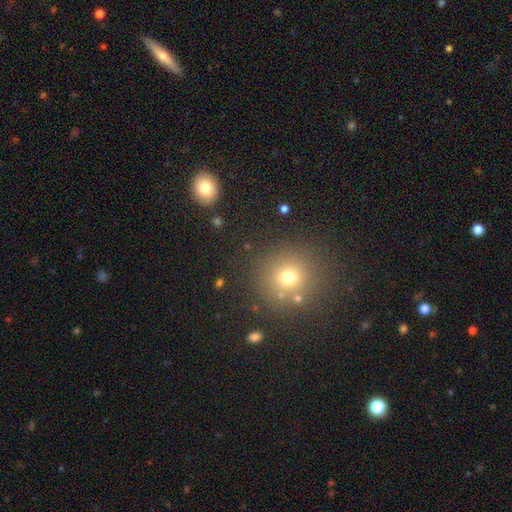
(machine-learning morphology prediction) Smooth or featured: smooth — 60% (star or artifact — 30%)
How rounded: round — 91% (in between — 8%)
Merging: none — 81% (merger — 8%)